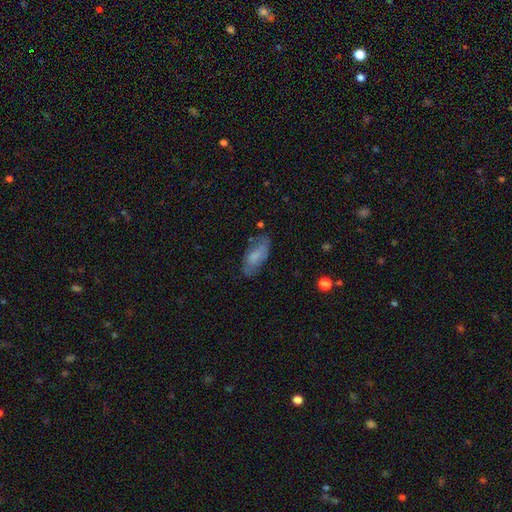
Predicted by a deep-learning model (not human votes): Smooth or featured? smooth (69%)
How rounded? in between (81%)
Merging? none (68%)